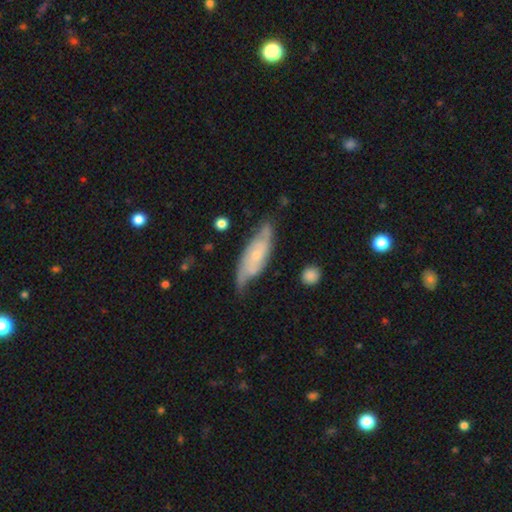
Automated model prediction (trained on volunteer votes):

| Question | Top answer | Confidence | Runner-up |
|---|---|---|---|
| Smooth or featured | featured or disk | 71% | smooth (24%) |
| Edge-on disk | no | 84% | yes (16%) |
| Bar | no | 68% | weak (26%) |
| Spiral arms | yes | 90% | no (10%) |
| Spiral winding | medium | 42% | tight (36%) |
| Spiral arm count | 2 | 69% | can't tell (20%) |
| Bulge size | small | 67% | moderate (27%) |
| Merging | none | 63% | minor disturbance (26%) |